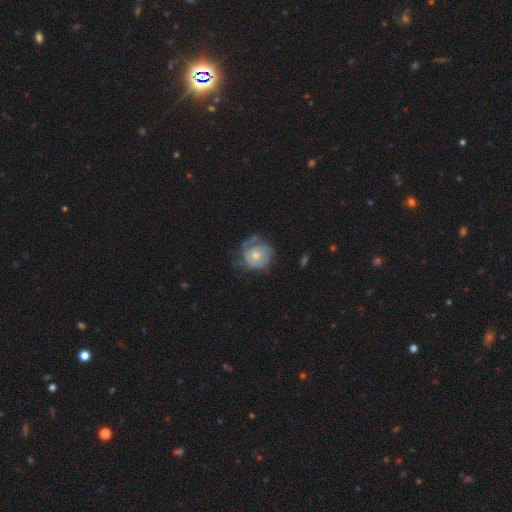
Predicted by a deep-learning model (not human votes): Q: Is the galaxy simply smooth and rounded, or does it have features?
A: featured or disk — 55%.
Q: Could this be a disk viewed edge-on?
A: no — 97%.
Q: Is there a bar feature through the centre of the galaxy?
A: no — 84%.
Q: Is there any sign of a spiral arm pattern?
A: yes — 71%.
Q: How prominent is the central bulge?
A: moderate — 51%.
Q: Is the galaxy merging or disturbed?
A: none — 52%.